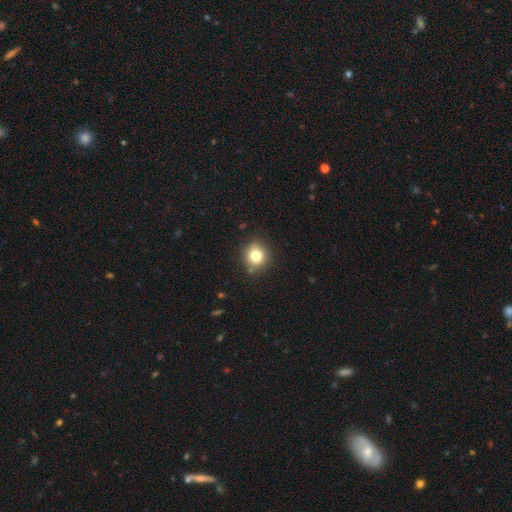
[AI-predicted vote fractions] This appears to be a smooth galaxy with no disk features (80%) that is round (80%). Merging: none (84%).